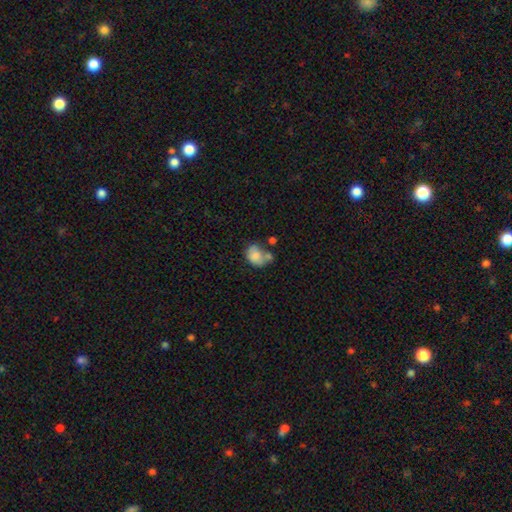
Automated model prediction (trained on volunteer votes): A smooth galaxy with no disk features (75%) that is in between round and cigar-shaped (58%).

Vote fractions:
- Smooth or featured? smooth: 75% / featured or disk: 17% / star or artifact: 9%
- How rounded? in between: 58% / round: 41% / cigar-shaped: 1%
- Merging? merger: 36% / none: 30% / minor disturbance: 21% / major disturbance: 12%